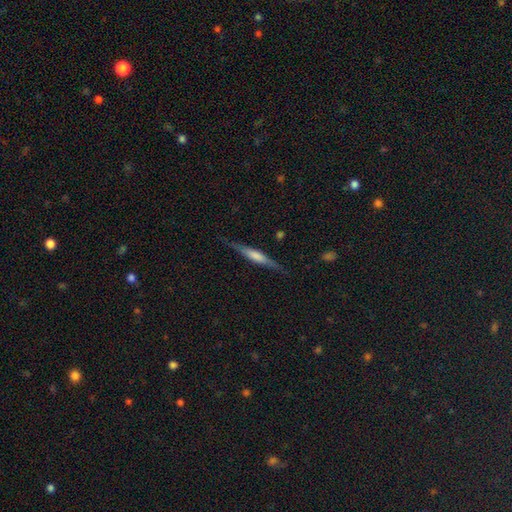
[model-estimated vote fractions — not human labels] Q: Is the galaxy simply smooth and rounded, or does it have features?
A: featured or disk — 62%.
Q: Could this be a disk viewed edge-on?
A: yes — 96%.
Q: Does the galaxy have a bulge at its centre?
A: rounded — 42%.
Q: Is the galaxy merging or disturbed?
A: none — 85%.